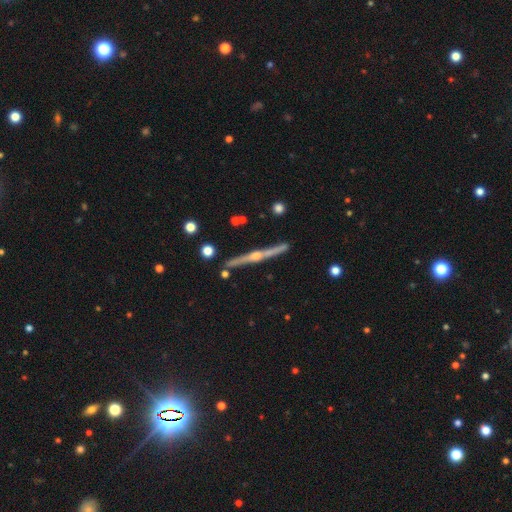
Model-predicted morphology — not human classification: A featured or disk galaxy (84%) viewed edge-on (98%) with a rounded central bulge (89%).

Vote fractions:
- Smooth or featured? featured or disk: 84% / smooth: 11% / star or artifact: 5%
- Edge-on disk? yes: 98% / no: 2%
- Edge-on bulge? rounded: 89% / none: 6% / boxy: 4%
- Merging? none: 88% / minor disturbance: 8% / merger: 3% / major disturbance: 2%